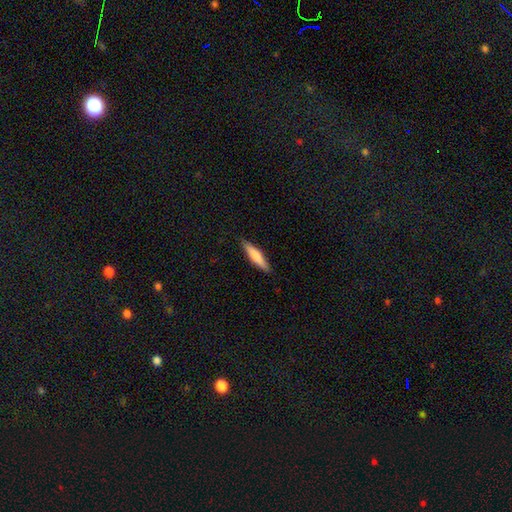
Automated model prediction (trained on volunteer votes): The model was most divided on "smooth or featured": smooth: 73%, featured or disk: 21%, star or artifact: 5%. More confident: merging — none (88%); how rounded — cigar-shaped (82%).